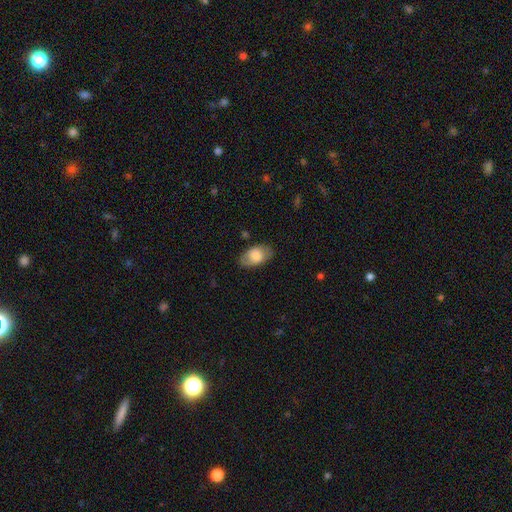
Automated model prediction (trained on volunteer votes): Morphology: type=smooth (76%); roundness=in between (92%); merging=none (76%).